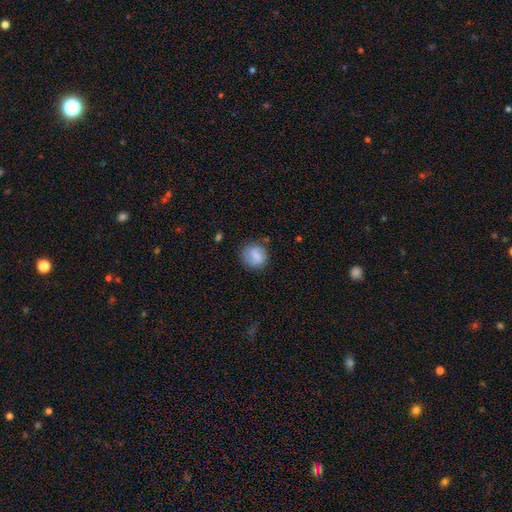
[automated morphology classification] Smooth or featured? Predicted: smooth (p=0.67). How rounded? Predicted: round (p=0.82). Merging? Predicted: none (p=0.74).